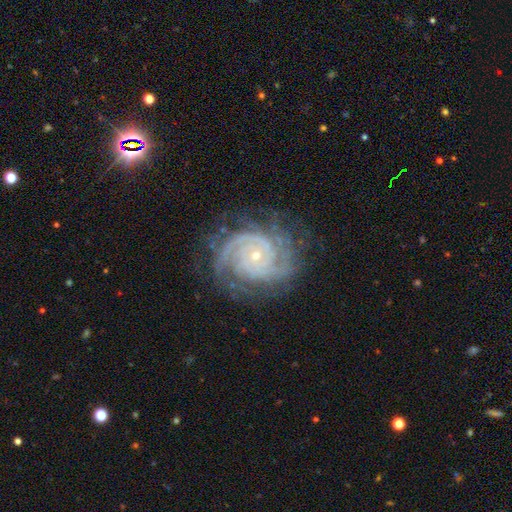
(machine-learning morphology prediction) This is clearly a featured or disk galaxy (91%). It is clearly not viewed edge-on (98%). Bar: likely no (78%). Spiral arm pattern: clearly yes (98%). Spiral arm count: marginally 2 (27%). Spiral winding: likely tight (77%). Central bulge: clearly small (82%). Merging: likely none (75%).